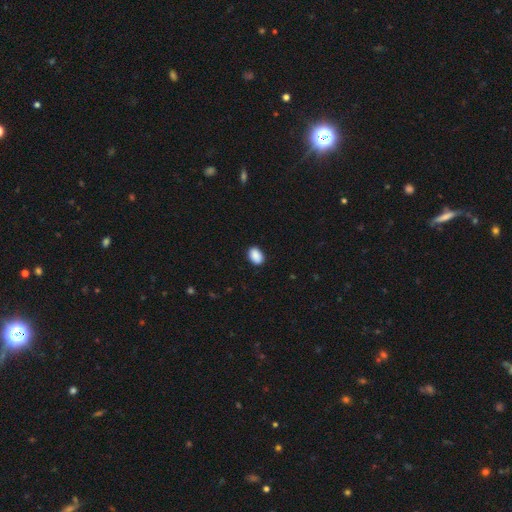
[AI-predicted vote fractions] Smooth or featured? Predicted: smooth (p=0.90). How rounded? Predicted: in between (p=0.84). Merging? Predicted: none (p=0.88).